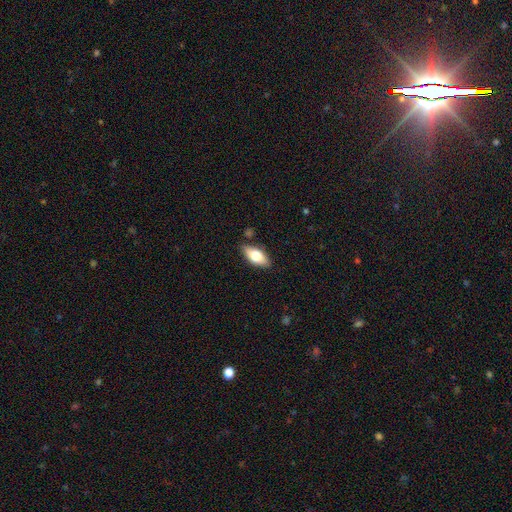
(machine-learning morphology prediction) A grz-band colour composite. It shows a smooth galaxy with no disk features (70%) that is in between round and cigar-shaped (85%). Merging: none (83%).